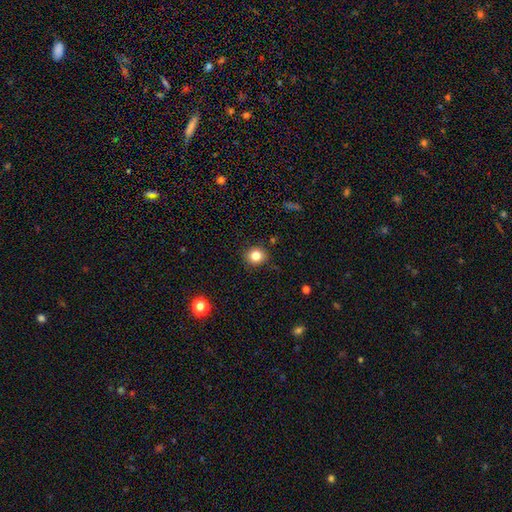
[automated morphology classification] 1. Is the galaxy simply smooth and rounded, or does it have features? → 83% smooth, 11% star or artifact, 6% featured or disk.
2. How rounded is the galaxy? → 78% round, 21% in between, 1% cigar-shaped.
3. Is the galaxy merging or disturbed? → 88% none, 8% minor disturbance, 2% major disturbance, 2% merger.